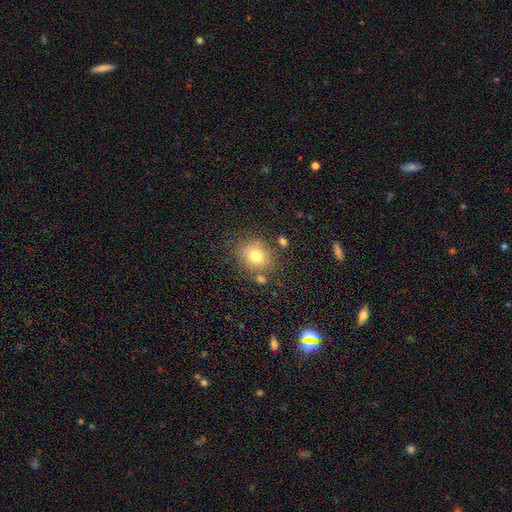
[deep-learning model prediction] Smooth or featured? smooth (75%)
How rounded? round (69%)
Merging? none (73%)